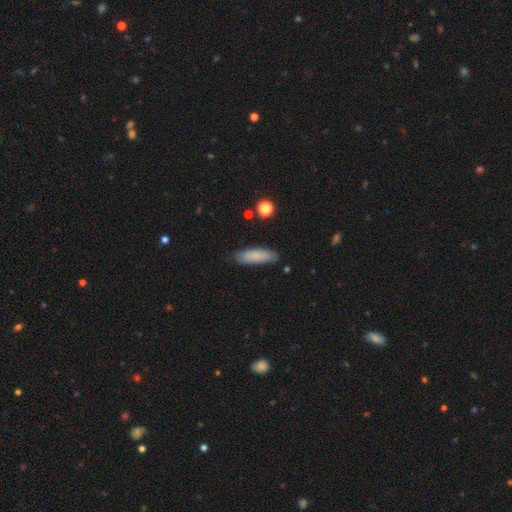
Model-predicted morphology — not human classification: This is likely a smooth galaxy (80%). How rounded: possibly cigar-shaped (50%). Merging: clearly none (83%).